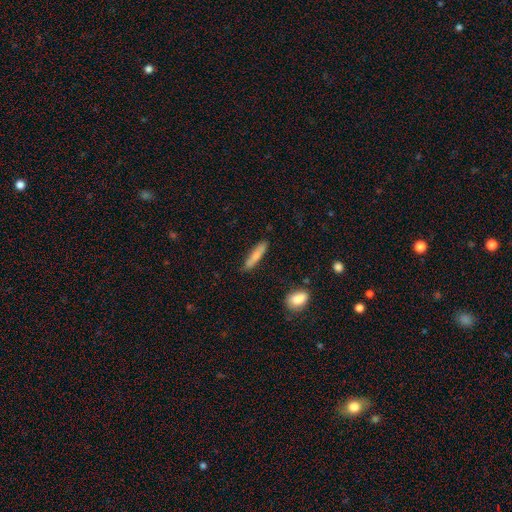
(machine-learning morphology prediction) smooth 77%, featured or disk 17%, star or artifact 6%. Down the decision tree: how rounded — cigar-shaped (86%); merging — none (84%).